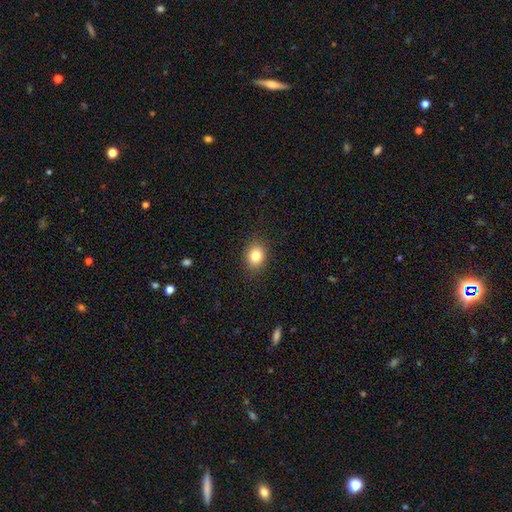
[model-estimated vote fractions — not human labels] Morphology: type=smooth (83%); roundness=in between (52%); merging=none (87%).